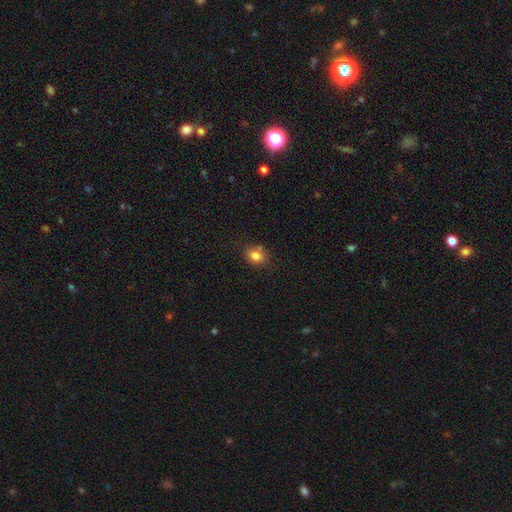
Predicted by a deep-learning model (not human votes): Morphology: type=smooth (82%); roundness=round (55%); merging=none (72%).